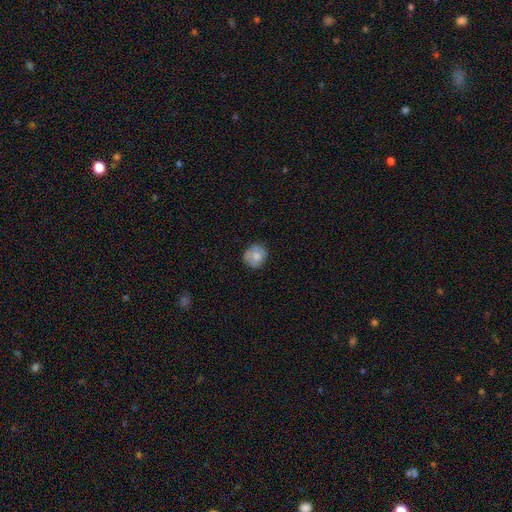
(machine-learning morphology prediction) The model was most divided on "merging": none: 76%, minor disturbance: 18%, major disturbance: 4%, merger: 1%. More confident: how rounded — round (85%); smooth or featured — smooth (77%).